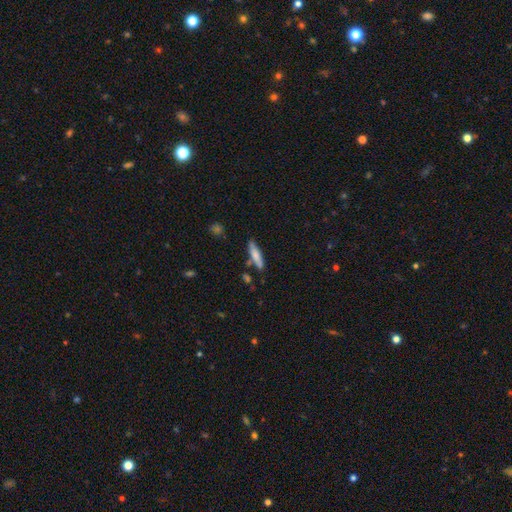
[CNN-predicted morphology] Q: Smooth or featured?
A: smooth (72%); runner-up: featured or disk (21%)
Q: How rounded?
A: cigar-shaped (74%); runner-up: in between (24%)
Q: Merging?
A: none (73%); runner-up: minor disturbance (15%)